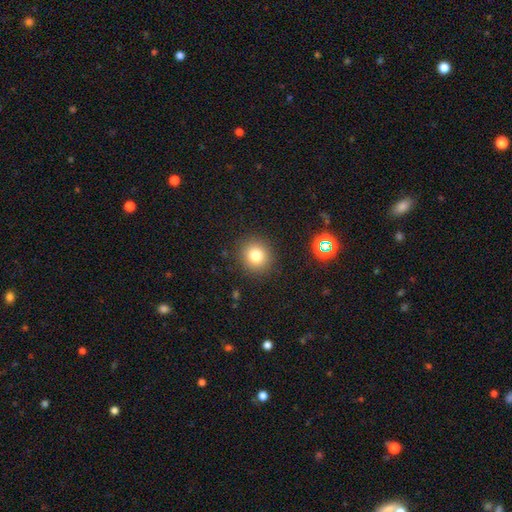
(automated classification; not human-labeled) Smooth or featured: smooth — 78% (star or artifact — 13%)
How rounded: round — 88% (in between — 11%)
Merging: none — 89% (minor disturbance — 7%)